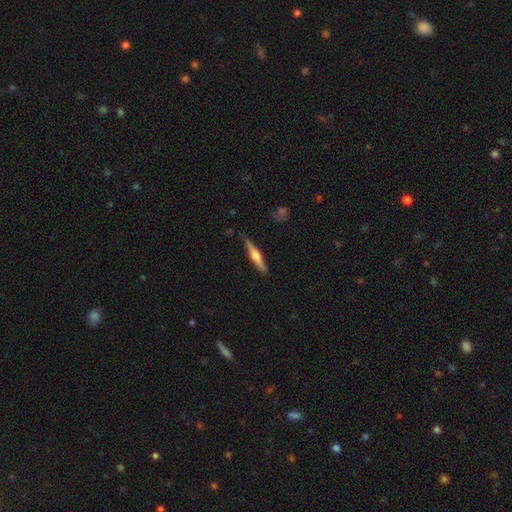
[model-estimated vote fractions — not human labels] Q: Smooth or featured?
A: featured or disk (53%); runner-up: smooth (42%)
Q: Edge-on disk?
A: yes (96%); runner-up: no (4%)
Q: Edge-on bulge?
A: rounded (84%); runner-up: boxy (9%)
Q: Merging?
A: none (83%); runner-up: minor disturbance (13%)